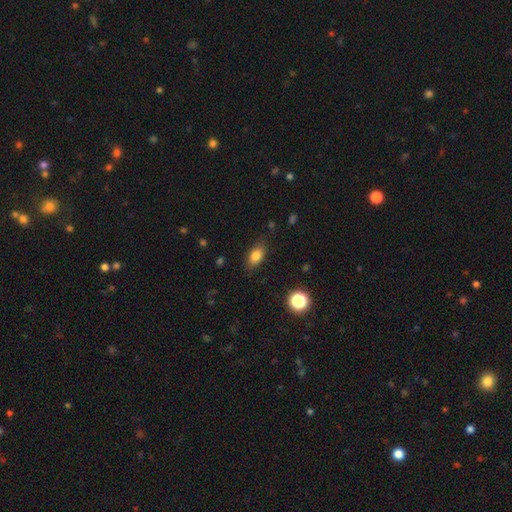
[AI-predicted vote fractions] Overall: smooth (82%). How rounded: in between (85%). Merging: none (82%).